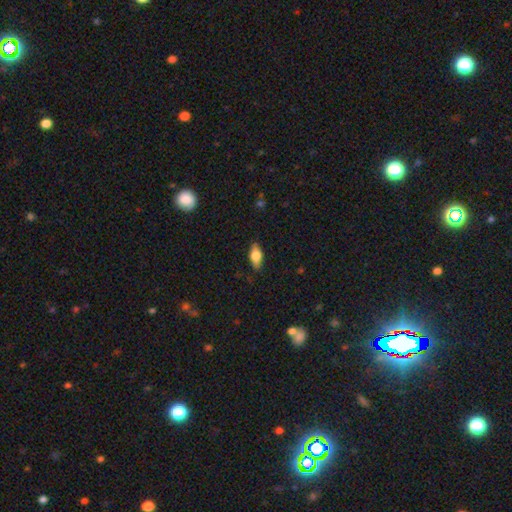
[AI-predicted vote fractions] This appears to be a smooth galaxy with no disk features (62%) that is in between round and cigar-shaped (79%). Merging: none (85%).